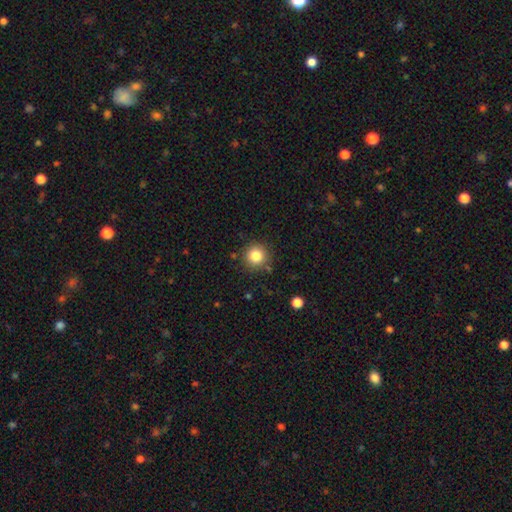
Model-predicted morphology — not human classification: Q: Smooth or featured?
A: smooth (83%); runner-up: star or artifact (11%)
Q: How rounded?
A: round (94%); runner-up: in between (5%)
Q: Merging?
A: none (86%); runner-up: minor disturbance (8%)